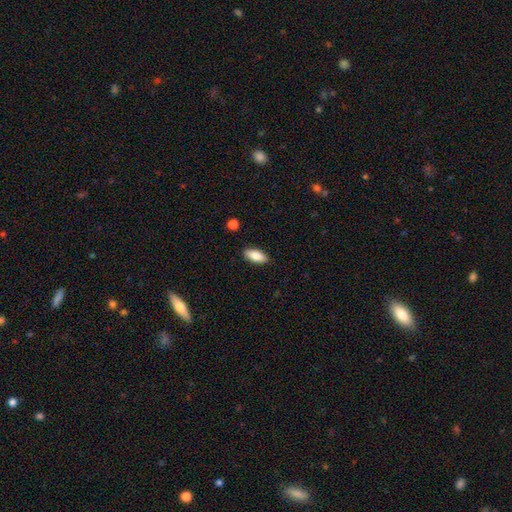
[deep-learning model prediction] A smooth galaxy with no disk features (81%) that is in between round and cigar-shaped (83%).

Vote fractions:
- Smooth or featured? smooth: 81% / featured or disk: 12% / star or artifact: 7%
- How rounded? in between: 83% / cigar-shaped: 15% / round: 2%
- Merging? none: 88% / minor disturbance: 8% / major disturbance: 2% / merger: 1%